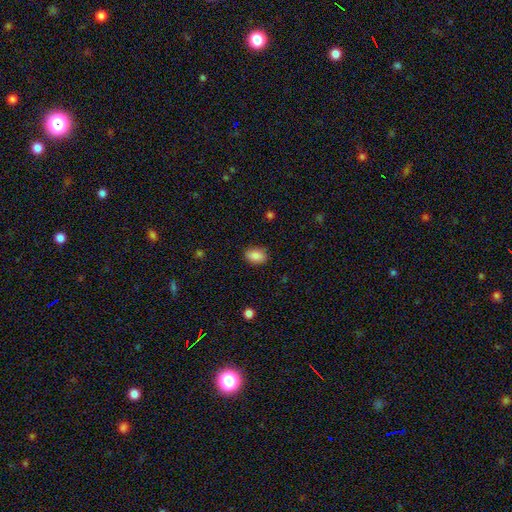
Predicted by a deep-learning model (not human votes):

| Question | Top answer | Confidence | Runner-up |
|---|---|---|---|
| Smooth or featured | smooth | 88% | star or artifact (8%) |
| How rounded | in between | 85% | round (14%) |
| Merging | none | 85% | minor disturbance (11%) |